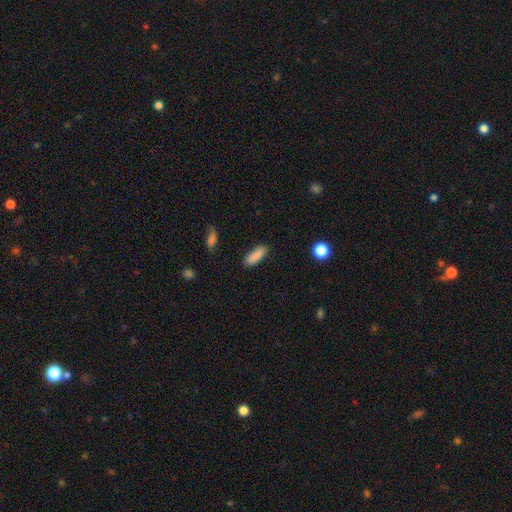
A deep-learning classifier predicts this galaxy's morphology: Overall: smooth (88%). How rounded: in between (64%; cigar-shaped 34%). Merging: none (86%).